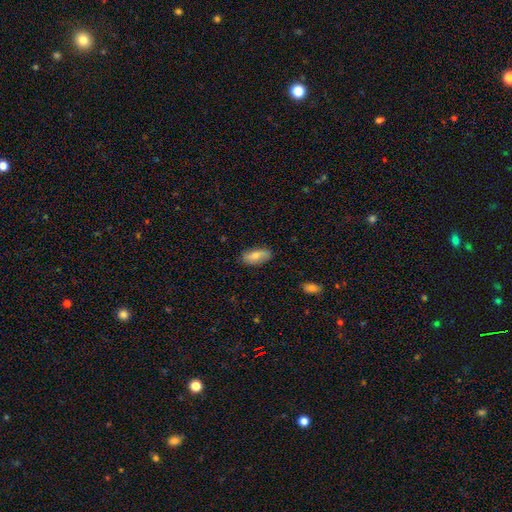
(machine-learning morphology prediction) Smooth or featured: smooth — 75% (featured or disk — 19%)
How rounded: in between — 83% (cigar-shaped — 15%)
Merging: none — 83% (minor disturbance — 14%)